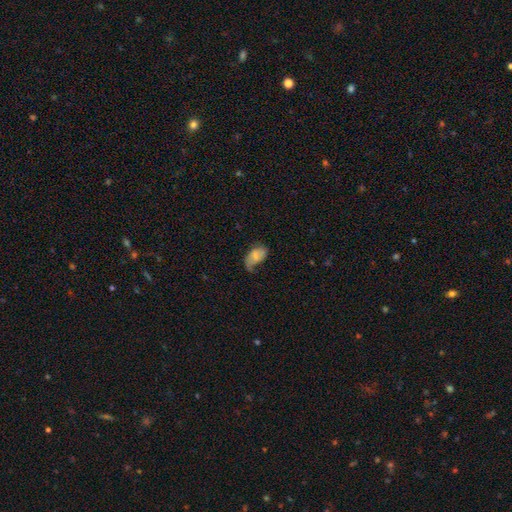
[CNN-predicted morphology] The model was most divided on "merging": minor disturbance: 35%, major disturbance: 33%, none: 30%, merger: 3%. More confident: how rounded — in between (91%); smooth or featured — smooth (58%).